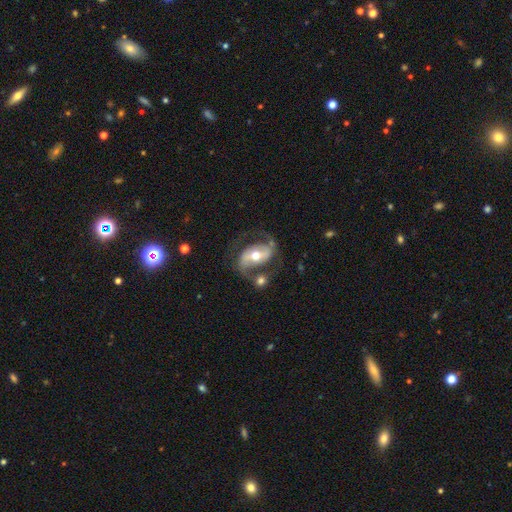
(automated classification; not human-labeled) A featured or disk galaxy (79%) with a strong bar (40%), 2 (89%) medium (48%) spiral arms (87%) and a moderate central bulge (71%). Merging: none (59%).